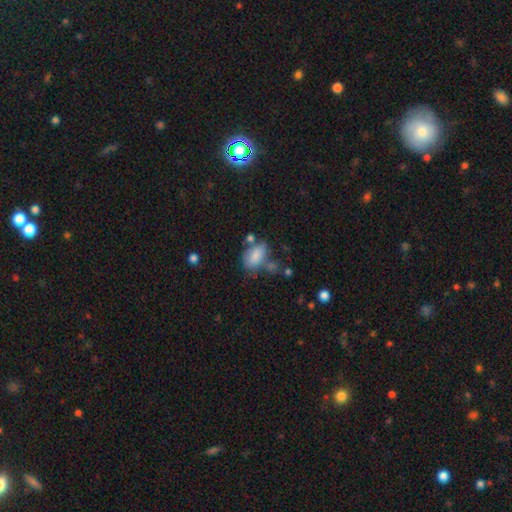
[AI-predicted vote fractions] Smooth or featured: smooth — 80% (featured or disk — 12%)
How rounded: in between — 88% (round — 10%)
Merging: none — 46% (minor disturbance — 24%)